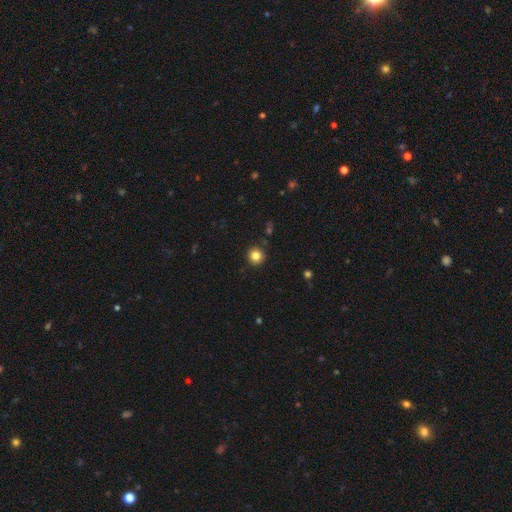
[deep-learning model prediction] The model was most divided on "smooth or featured": smooth: 83%, star or artifact: 11%, featured or disk: 5%. More confident: how rounded — round (94%); merging — none (91%).